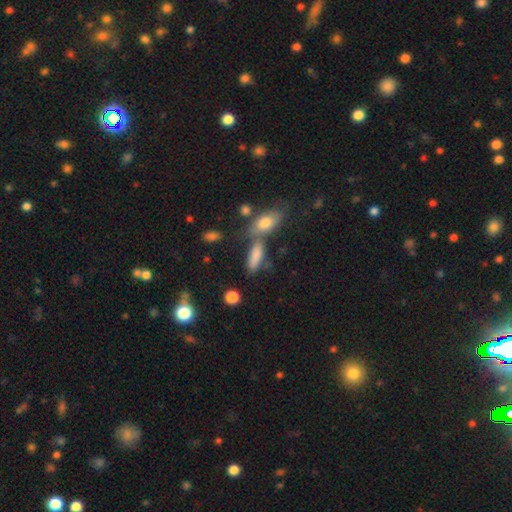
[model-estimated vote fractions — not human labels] smooth_or_featured: smooth (p=0.80) [alt: featured or disk p=0.11]
how_rounded: in between (p=0.62) [alt: cigar-shaped p=0.34]
merging: none (p=0.49) [alt: merger p=0.30]